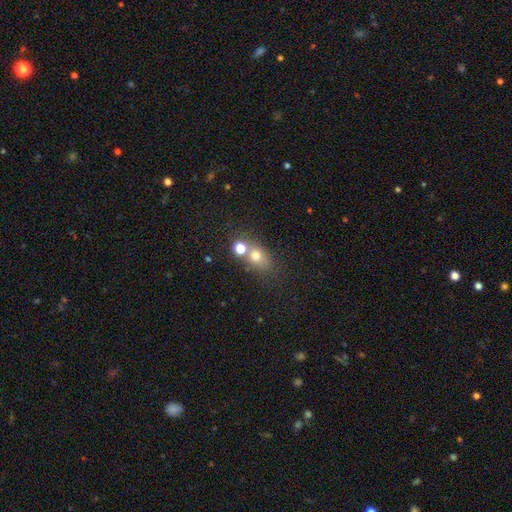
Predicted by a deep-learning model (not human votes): Q: Smooth or featured?
A: smooth (71%); runner-up: star or artifact (15%)
Q: How rounded?
A: round (50%); runner-up: in between (48%)
Q: Merging?
A: none (45%); runner-up: merger (40%)